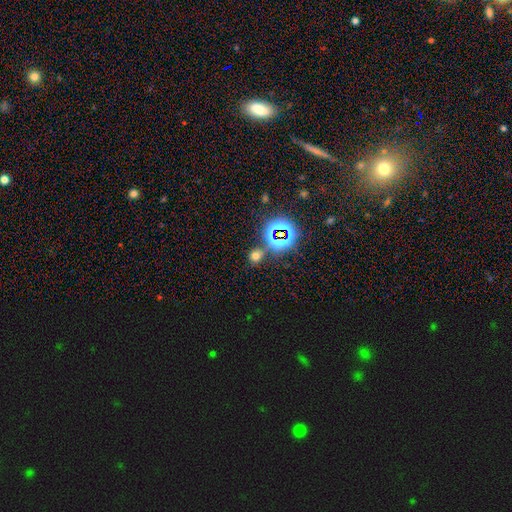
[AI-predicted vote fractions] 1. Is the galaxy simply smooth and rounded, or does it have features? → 57% smooth, 36% star or artifact, 7% featured or disk.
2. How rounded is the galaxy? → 79% round, 19% in between, 1% cigar-shaped.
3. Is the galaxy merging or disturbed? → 73% none, 13% merger, 9% minor disturbance, 4% major disturbance.